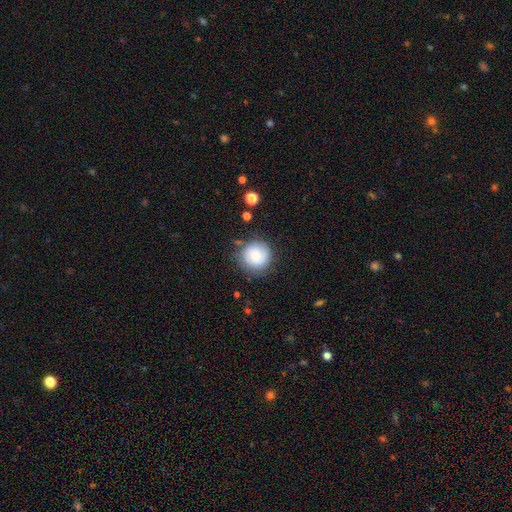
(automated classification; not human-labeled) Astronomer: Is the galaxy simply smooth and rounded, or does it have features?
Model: smooth — 72%.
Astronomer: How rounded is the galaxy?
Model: round — 94%.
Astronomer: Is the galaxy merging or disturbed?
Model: none — 77%.